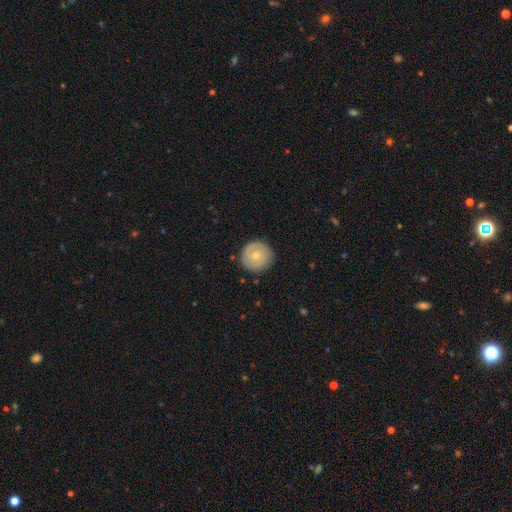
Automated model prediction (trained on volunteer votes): This appears to be a smooth galaxy with no disk features (48%). Merging: none (87%).